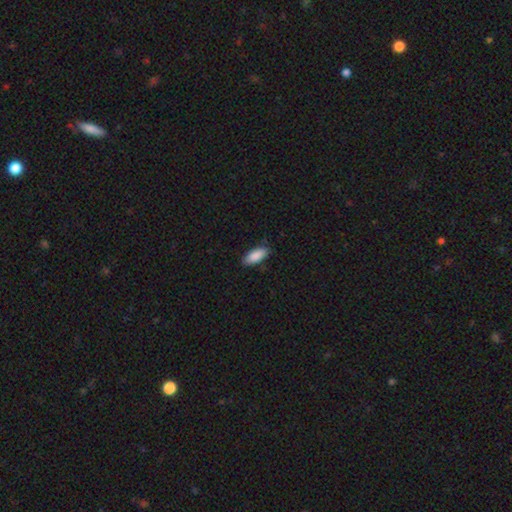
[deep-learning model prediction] smooth_or_featured: smooth (p=0.89) [alt: star or artifact p=0.06]
how_rounded: in between (p=0.83) [alt: cigar-shaped p=0.15]
merging: none (p=0.85) [alt: minor disturbance p=0.12]